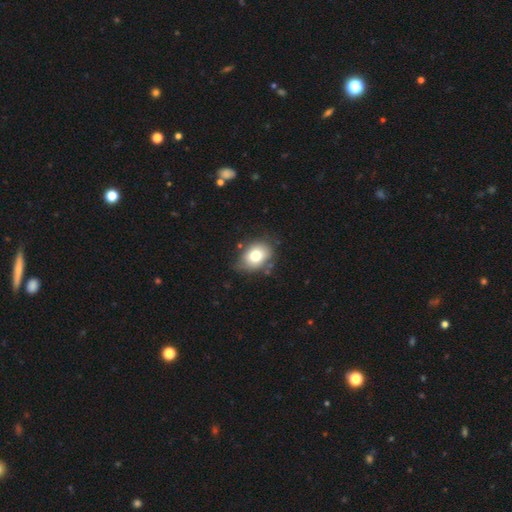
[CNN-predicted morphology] type=smooth (75%); roundness=in between (64%); merging=none (67%).